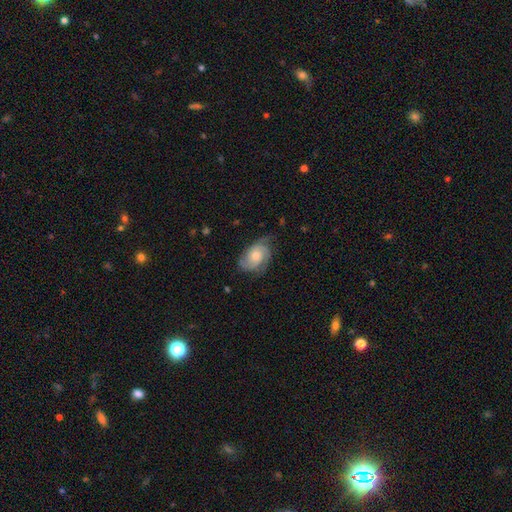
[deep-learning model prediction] Overall: featured or disk (80%). Edge-on disk: no (97%). Bar: no (73%). Spiral arms: yes (96%). Spiral arm count: 2 (40%; 3 33%). Spiral winding: tight (48%; medium 41%). Bulge size: moderate (46%; small 43%). Merging: none (66%).